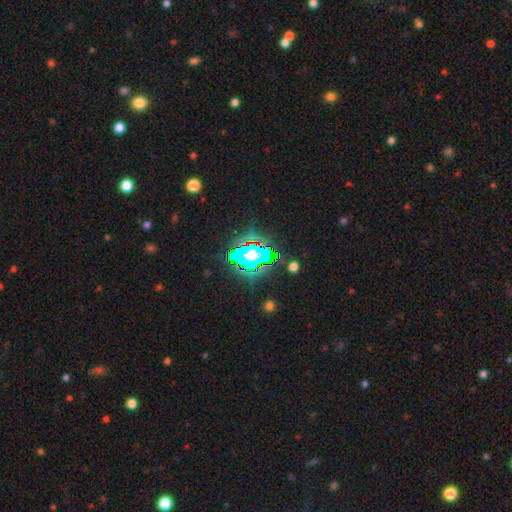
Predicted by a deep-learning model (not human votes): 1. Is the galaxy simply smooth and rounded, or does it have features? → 52% star or artifact, 28% smooth, 19% featured or disk.